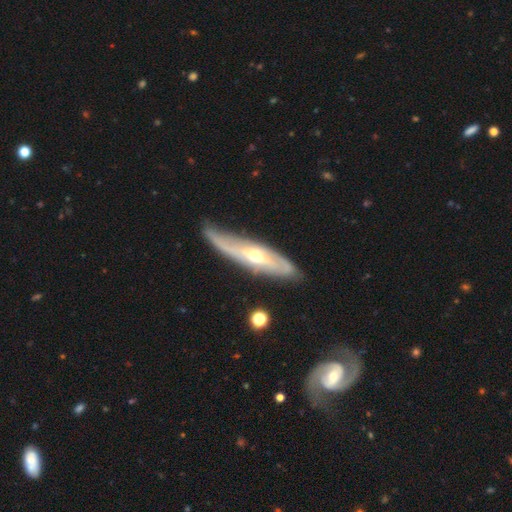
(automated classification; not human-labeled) This is likely a featured or disk galaxy (72%). It is possibly not viewed edge-on (55%). Merging: likely none (71%).